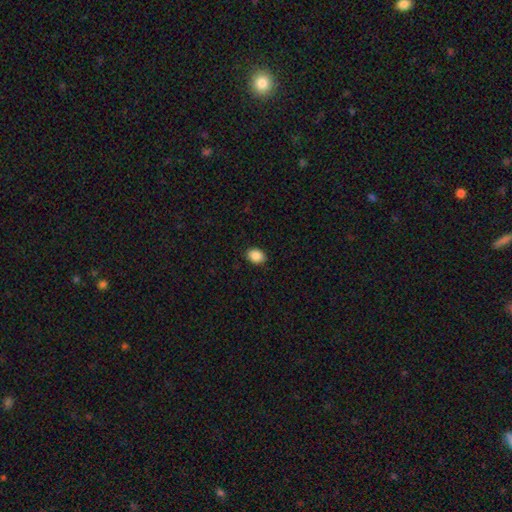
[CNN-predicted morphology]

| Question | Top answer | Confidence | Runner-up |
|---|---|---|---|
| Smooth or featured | smooth | 89% | star or artifact (8%) |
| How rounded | in between | 59% | round (40%) |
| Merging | none | 89% | minor disturbance (8%) |